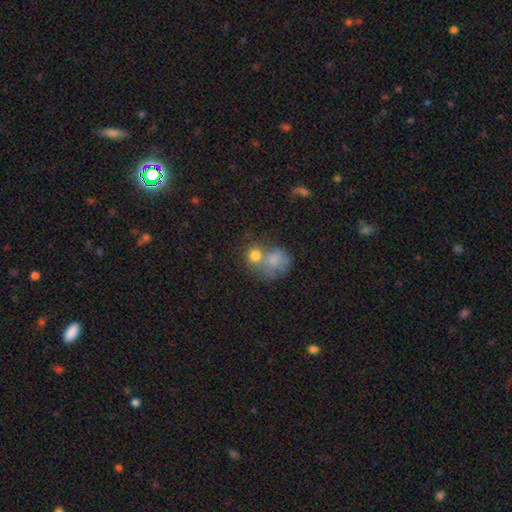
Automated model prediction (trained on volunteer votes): Smooth or featured?
  - smooth: 75% *
  - featured or disk: 15%
  - star or artifact: 10%
How rounded?
  - round: 77% *
  - in between: 22%
  - cigar-shaped: 1%
Merging?
  - merger: 52% *
  - none: 32%
  - minor disturbance: 9%
  - major disturbance: 6%